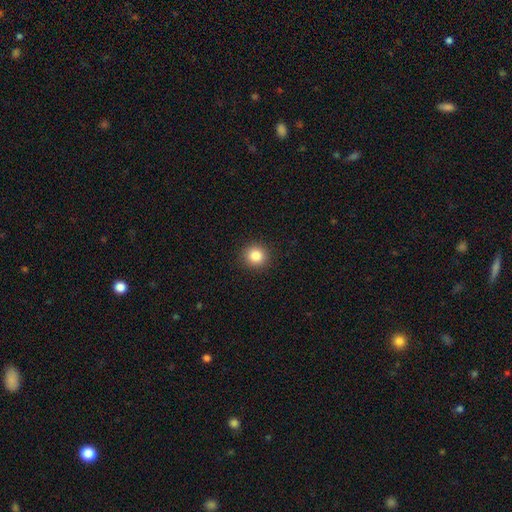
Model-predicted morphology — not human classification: Smooth or featured? Predicted: smooth (p=0.85). How rounded? Predicted: round (p=0.91). Merging? Predicted: none (p=0.92).